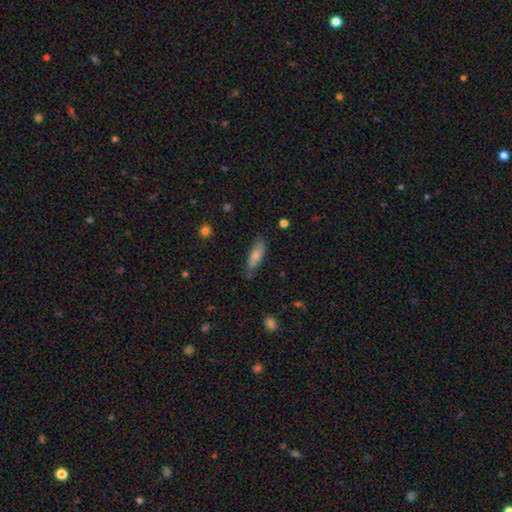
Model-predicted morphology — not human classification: The model was most divided on "how rounded": in between: 54%, cigar-shaped: 44%, round: 2%. More confident: smooth or featured — smooth (74%); merging — none (70%).